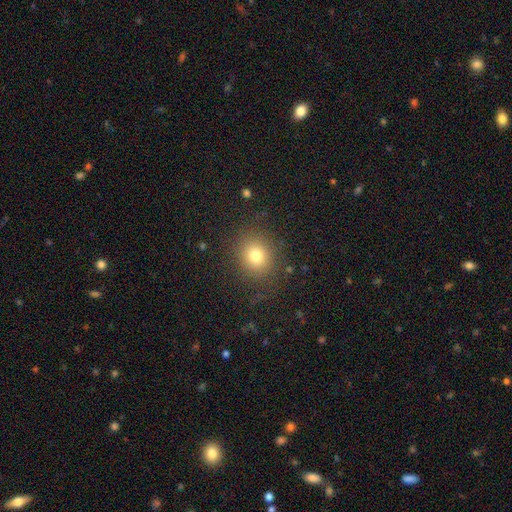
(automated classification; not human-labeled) Overall: smooth (76%). How rounded: round (80%). Merging: none (85%).